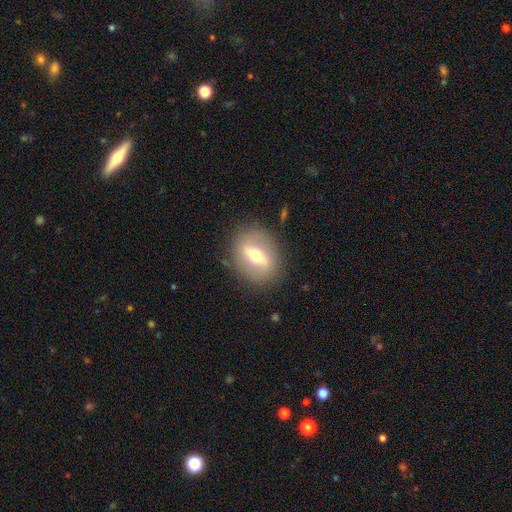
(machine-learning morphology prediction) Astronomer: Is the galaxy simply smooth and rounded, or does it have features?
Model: featured or disk — 54% (runner-up: smooth, 38%).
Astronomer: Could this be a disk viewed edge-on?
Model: no — 72%.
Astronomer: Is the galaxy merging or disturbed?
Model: none — 84%.